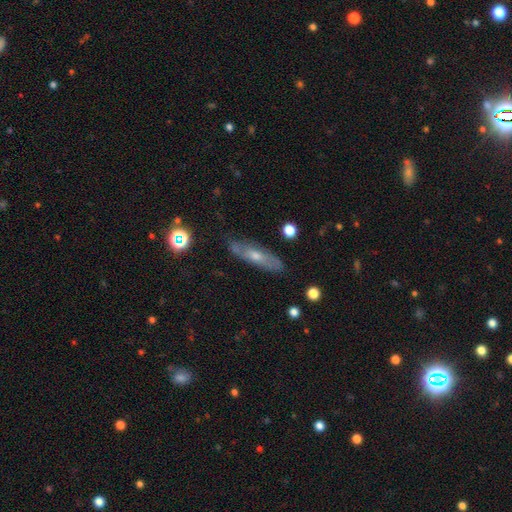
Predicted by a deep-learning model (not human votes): Smooth or featured? featured or disk (53%)
Edge-on disk? yes (52%)
Merging? none (77%)